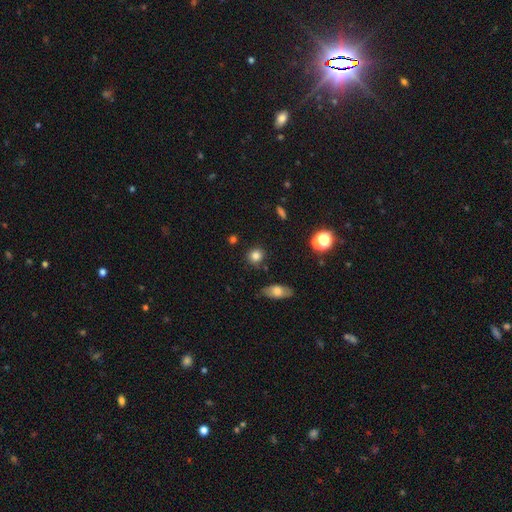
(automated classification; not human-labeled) Overall: smooth (81%). How rounded: round (84%). Merging: none (85%).